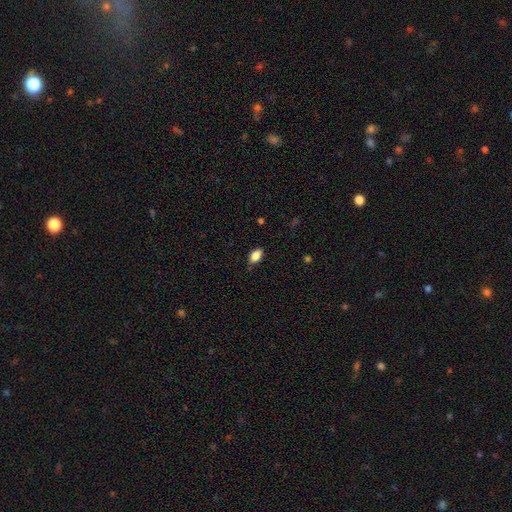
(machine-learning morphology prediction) Smooth or featured? smooth (85%)
How rounded? in between (89%)
Merging? none (82%)